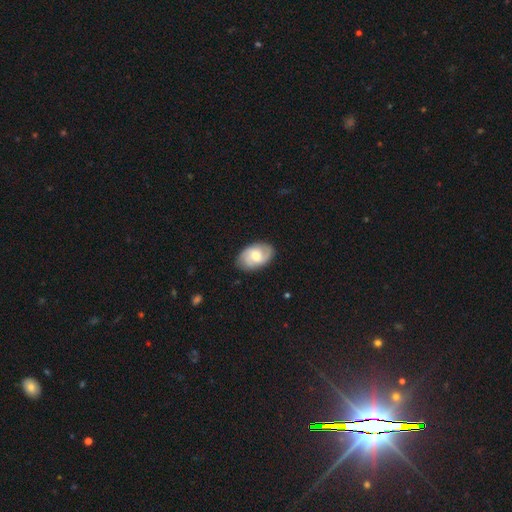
Q: Smooth or featured?
A: featured or disk (56%); runner-up: smooth (31%)
Q: Edge-on disk?
A: no (91%); runner-up: yes (9%)
Q: Bar?
A: weak (45%); runner-up: no (35%)
Q: Spiral arms?
A: yes (85%); runner-up: no (15%)
Q: Spiral winding?
A: medium (53%); runner-up: tight (41%)
Q: Spiral arm count?
A: 2 (47%); runner-up: 3 (35%)
Q: Bulge size?
A: moderate (60%); runner-up: small (20%)
Q: Merging?
A: none (91%); runner-up: minor disturbance (6%)